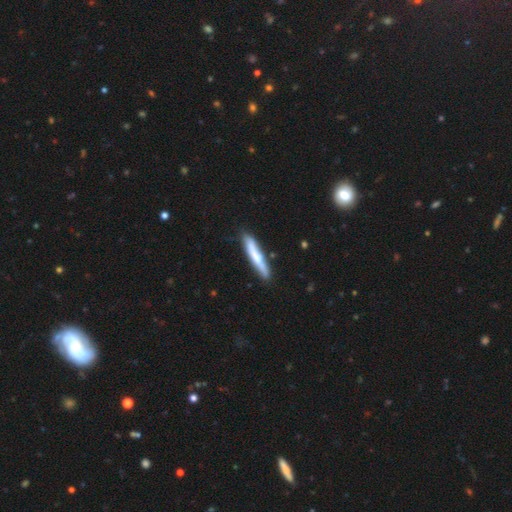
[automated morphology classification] Smooth or featured: smooth — 59% (featured or disk — 36%)
How rounded: cigar-shaped — 92% (in between — 7%)
Merging: none — 78% (minor disturbance — 15%)